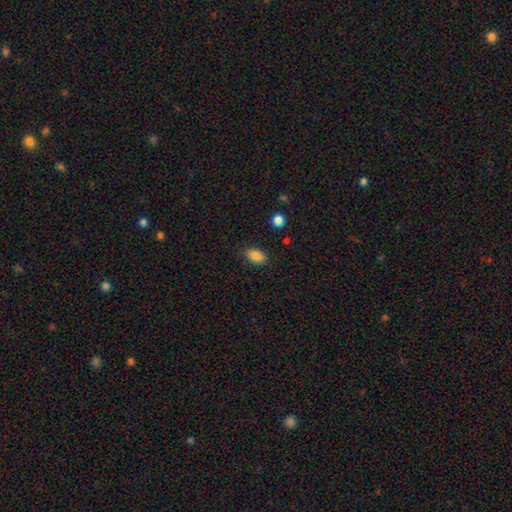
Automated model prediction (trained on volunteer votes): This appears to be a smooth galaxy with no disk features (86%) that is in between round and cigar-shaped (90%). Merging: none (85%).